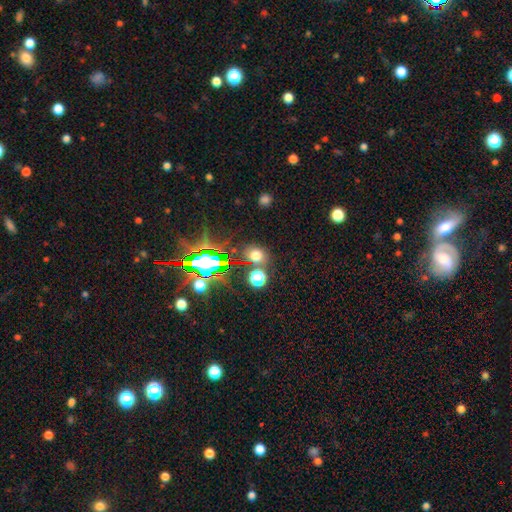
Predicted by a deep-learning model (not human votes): The model was most divided on "how rounded": round: 62%, in between: 37%, cigar-shaped: 2%. More confident: merging — none (75%); smooth or featured — smooth (60%).